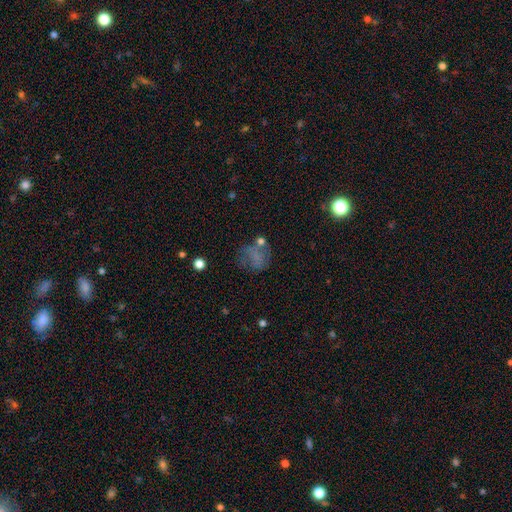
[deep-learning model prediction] A smooth galaxy with no disk features (57%) that is round (62%). Merging: none (43%).